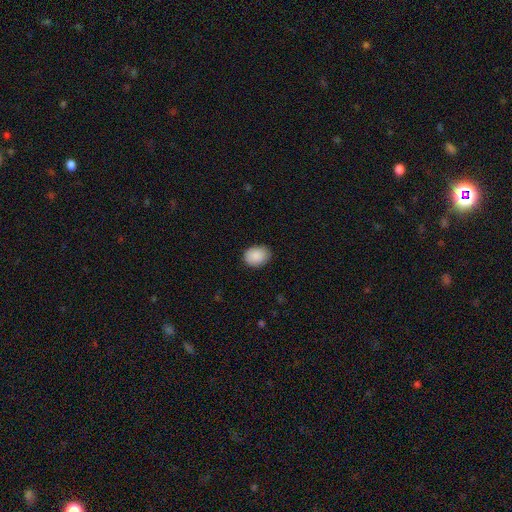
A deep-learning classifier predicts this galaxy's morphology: Smooth or featured?
  - smooth: 89% *
  - star or artifact: 7%
  - featured or disk: 4%
How rounded?
  - in between: 60% *
  - round: 39%
  - cigar-shaped: 1%
Merging?
  - none: 84% *
  - minor disturbance: 13%
  - major disturbance: 2%
  - merger: 1%